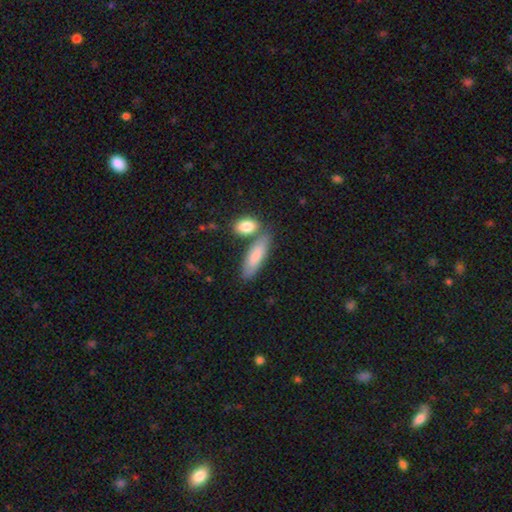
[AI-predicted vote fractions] Morphology: type=smooth (80%); roundness=in between (54%); merging=none (64%).